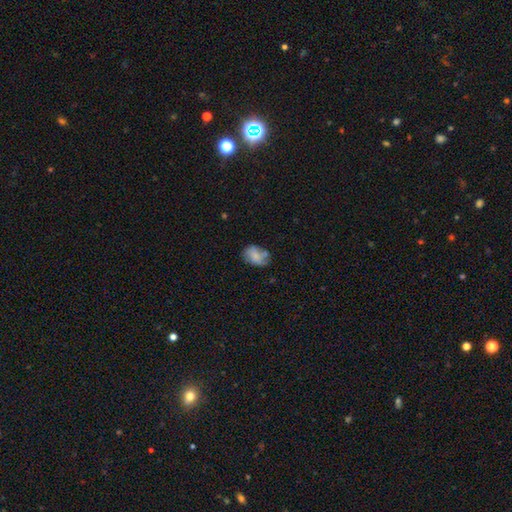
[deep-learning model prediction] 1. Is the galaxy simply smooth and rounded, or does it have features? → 67% smooth, 24% featured or disk, 9% star or artifact.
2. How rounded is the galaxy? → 75% in between, 23% round, 1% cigar-shaped.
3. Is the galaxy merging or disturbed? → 48% none, 29% minor disturbance, 12% merger, 11% major disturbance.